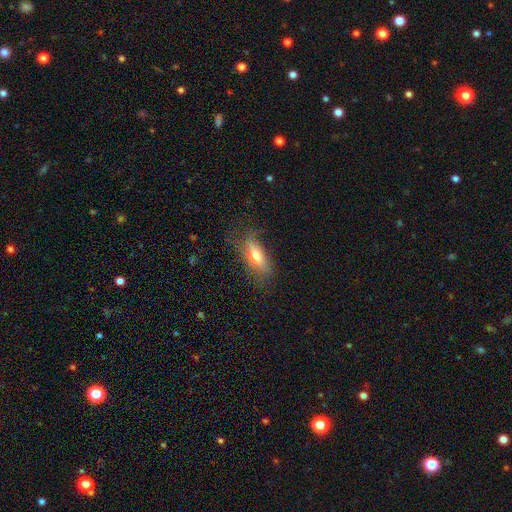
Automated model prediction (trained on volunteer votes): Q: Smooth or featured?
A: smooth (63%); runner-up: featured or disk (29%)
Q: How rounded?
A: in between (66%); runner-up: cigar-shaped (31%)
Q: Merging?
A: none (61%); runner-up: minor disturbance (25%)